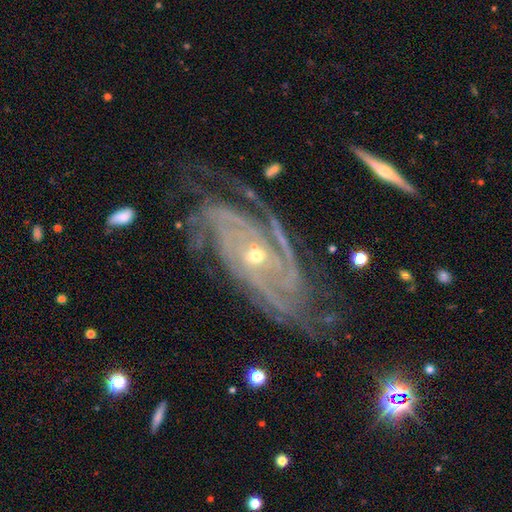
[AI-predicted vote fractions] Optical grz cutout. It shows a featured or disk galaxy (91%) with no bar (68%), 3 (25%) tight (72%) spiral arms (98%) and a small central bulge (58%). Merging: none (70%).